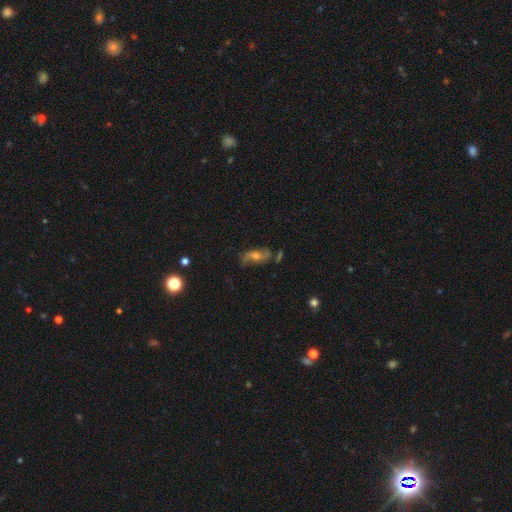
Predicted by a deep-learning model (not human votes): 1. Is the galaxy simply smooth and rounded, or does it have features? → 69% featured or disk, 19% smooth, 13% star or artifact.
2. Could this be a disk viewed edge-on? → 88% no, 12% yes.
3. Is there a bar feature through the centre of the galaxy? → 61% no, 30% weak, 10% strong.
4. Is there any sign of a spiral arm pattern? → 89% yes, 11% no.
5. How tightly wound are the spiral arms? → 61% loose, 28% medium, 11% tight.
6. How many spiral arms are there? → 85% 2, 7% can't tell, 3% 1, 2% 3, 1% 4, 1% more than 4.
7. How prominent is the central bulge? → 59% moderate, 31% small, 6% large, 3% none, 1% dominant.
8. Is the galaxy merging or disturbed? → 65% none, 19% minor disturbance, 11% major disturbance, 5% merger.